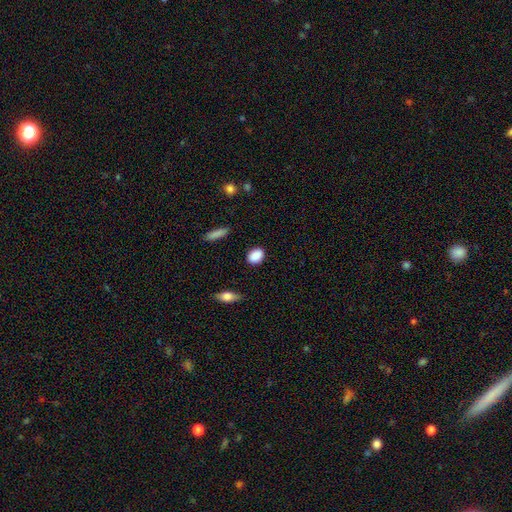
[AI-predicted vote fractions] smooth_or_featured: smooth (p=0.88) [alt: star or artifact p=0.08]
how_rounded: in between (p=0.61) [alt: round p=0.37]
merging: none (p=0.87) [alt: minor disturbance p=0.09]